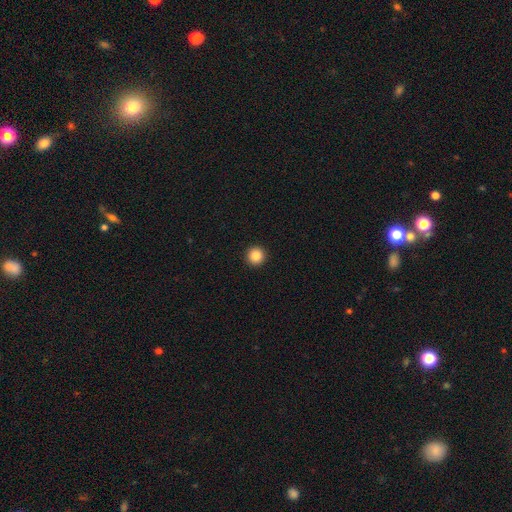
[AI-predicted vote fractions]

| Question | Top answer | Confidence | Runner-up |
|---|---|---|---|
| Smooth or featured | smooth | 85% | star or artifact (10%) |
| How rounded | round | 96% | in between (3%) |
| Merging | none | 94% | minor disturbance (4%) |